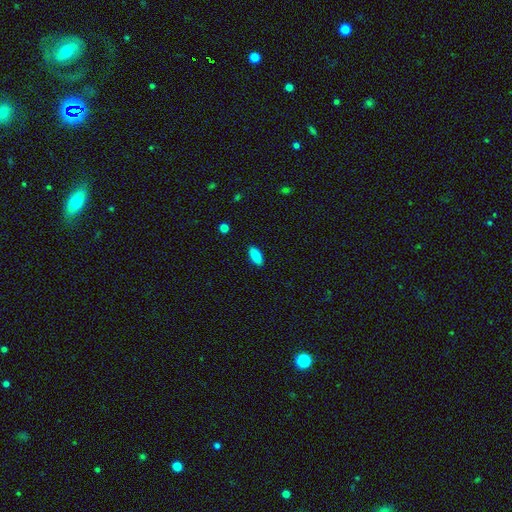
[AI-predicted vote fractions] Overall: smooth (89%). How rounded: in between (84%). Merging: none (88%).